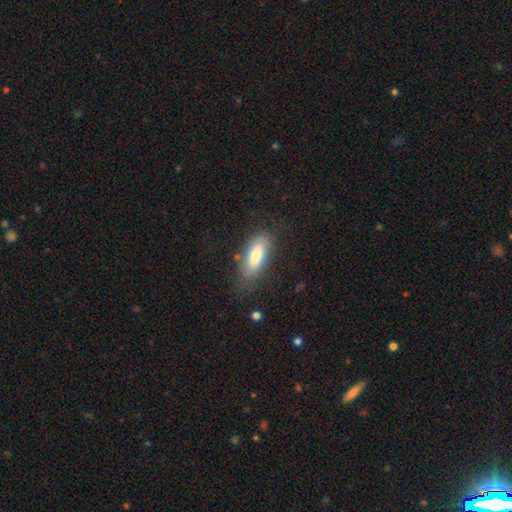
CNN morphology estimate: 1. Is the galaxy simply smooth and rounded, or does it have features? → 78% smooth, 15% featured or disk, 7% star or artifact.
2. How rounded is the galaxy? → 72% in between, 26% cigar-shaped, 2% round.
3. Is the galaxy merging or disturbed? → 73% none, 19% minor disturbance, 6% major disturbance, 2% merger.